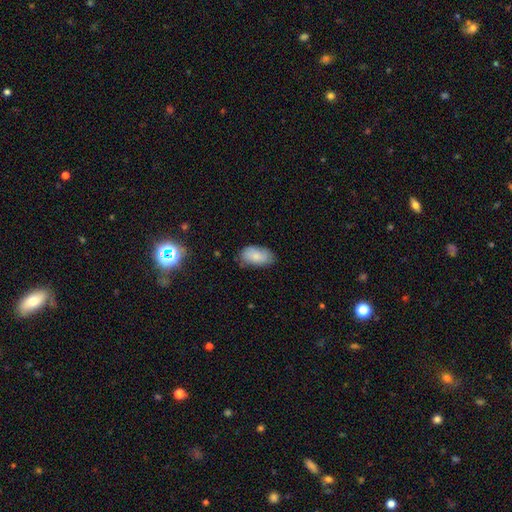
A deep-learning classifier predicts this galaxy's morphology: A smooth galaxy with no disk features (82%) that is in between round and cigar-shaped (94%).

Vote fractions:
- Smooth or featured? smooth: 82% / featured or disk: 11% / star or artifact: 7%
- How rounded? in between: 94% / round: 4% / cigar-shaped: 2%
- Merging? none: 70% / minor disturbance: 24% / major disturbance: 4% / merger: 2%